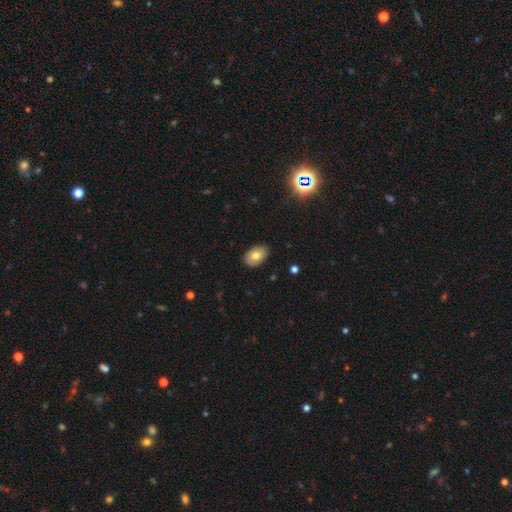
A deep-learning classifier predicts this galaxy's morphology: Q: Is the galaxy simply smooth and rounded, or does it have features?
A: smooth — 72%.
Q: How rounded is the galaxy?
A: in between — 85%.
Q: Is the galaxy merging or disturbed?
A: none — 84%.